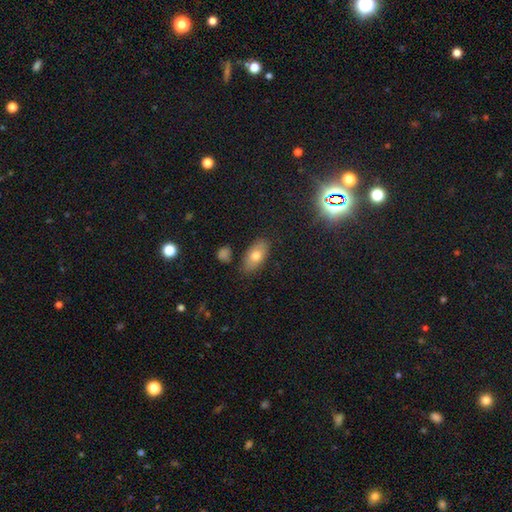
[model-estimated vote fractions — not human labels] Q: Smooth or featured?
A: smooth (74%); runner-up: featured or disk (17%)
Q: How rounded?
A: in between (90%); runner-up: round (5%)
Q: Merging?
A: none (80%); runner-up: minor disturbance (14%)